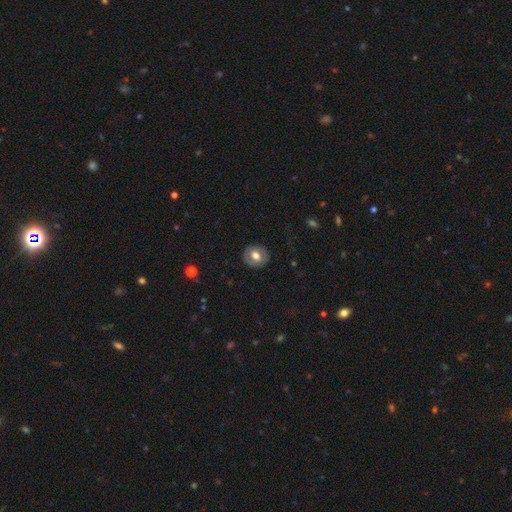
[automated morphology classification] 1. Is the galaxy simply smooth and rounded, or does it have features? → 56% smooth, 37% featured or disk, 7% star or artifact.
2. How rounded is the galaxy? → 75% round, 24% in between, 1% cigar-shaped.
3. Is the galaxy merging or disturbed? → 86% none, 10% minor disturbance, 3% major disturbance, 1% merger.